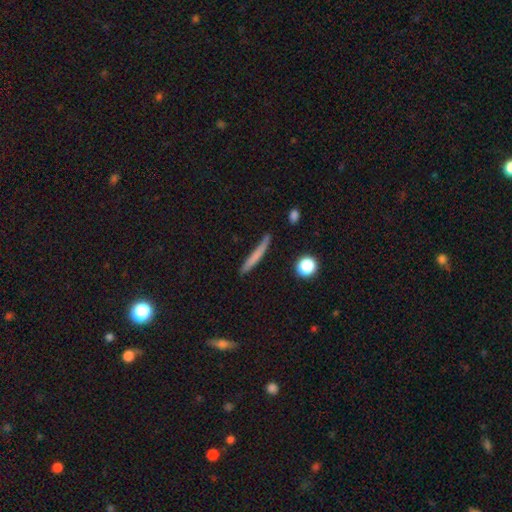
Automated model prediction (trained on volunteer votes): This is likely a smooth galaxy (67%). How rounded: clearly cigar-shaped (95%). Merging: clearly none (80%).